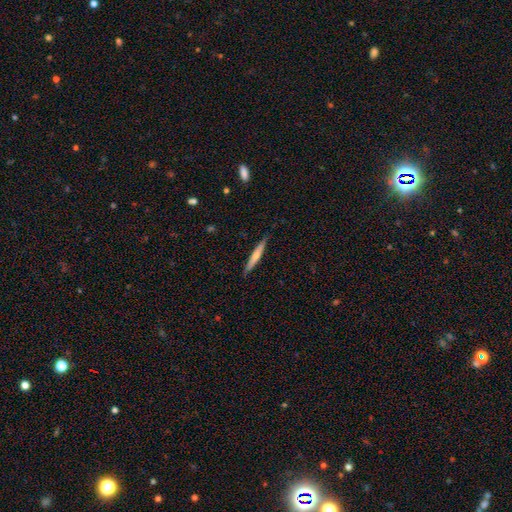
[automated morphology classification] smooth 54%, featured or disk 40%, star or artifact 6%. Down the decision tree: how rounded — cigar-shaped (95%); merging — none (87%).